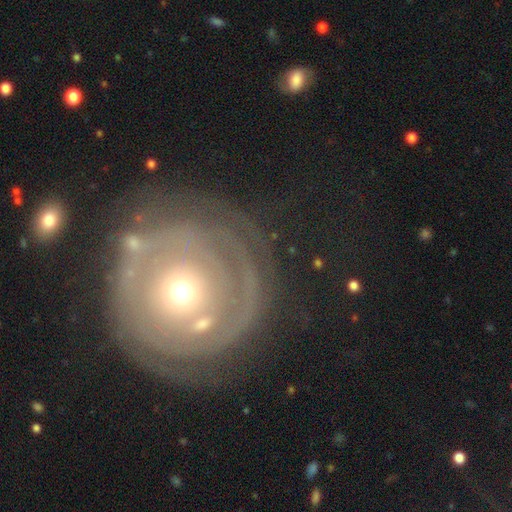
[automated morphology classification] A featured or disk galaxy (76%) with no bar (87%), tight (78%) spiral arms (72%) and a moderate central bulge (54%). Merging: none (72%).